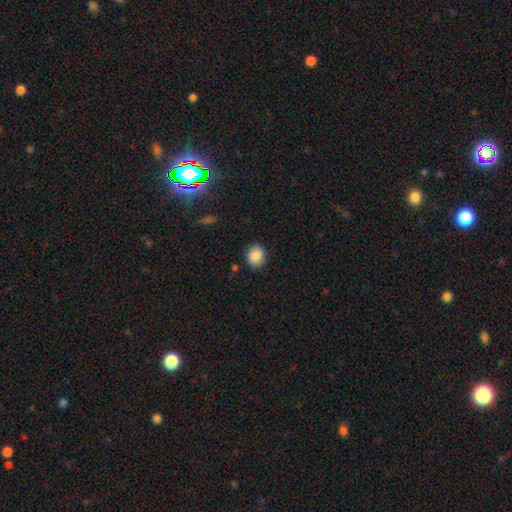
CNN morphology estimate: A smooth galaxy with no disk features (87%) that is round (57%).

Vote fractions:
- Smooth or featured? smooth: 87% / star or artifact: 8% / featured or disk: 4%
- How rounded? round: 57% / in between: 42% / cigar-shaped: 1%
- Merging? none: 85% / minor disturbance: 11% / major disturbance: 3% / merger: 1%